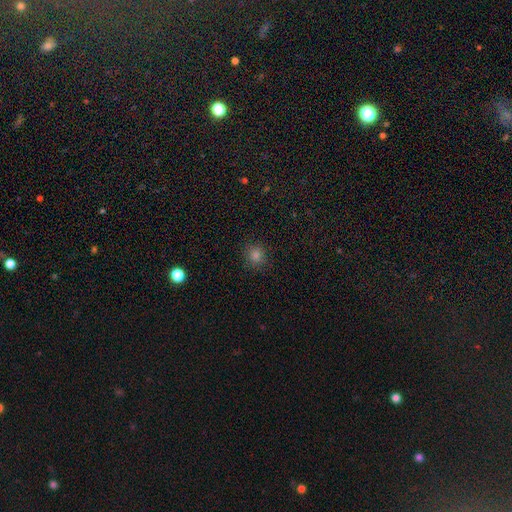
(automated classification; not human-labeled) Smooth or featured: smooth — 77% (star or artifact — 18%)
How rounded: round — 88% (in between — 11%)
Merging: none — 88% (minor disturbance — 8%)